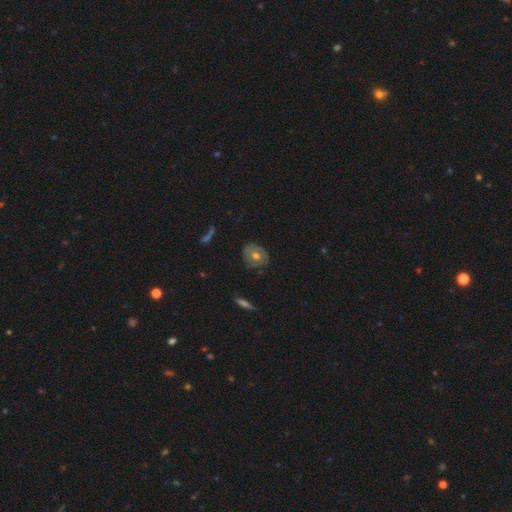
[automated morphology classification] Smooth or featured? Predicted: featured or disk (p=0.51). Edge-on disk? Predicted: no (p=0.92). Merging? Predicted: none (p=0.75).